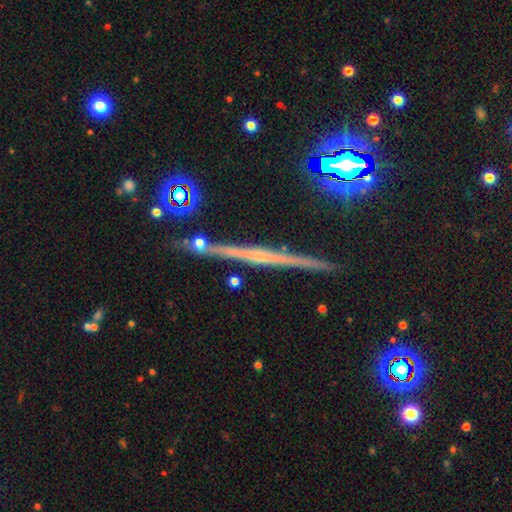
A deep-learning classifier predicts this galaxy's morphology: The model was most divided on "edge-on bulge": rounded: 45%, none: 43%, boxy: 12%. More confident: edge-on disk — yes (98%); merging — none (87%); smooth or featured — featured or disk (72%).